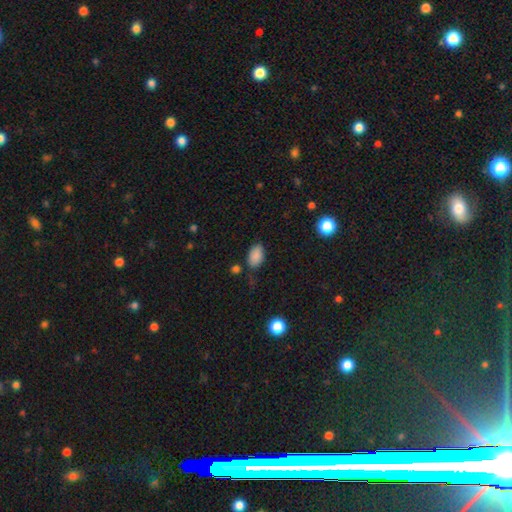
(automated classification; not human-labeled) Morphology: type=smooth (86%); roundness=in between (91%); merging=none (70%).